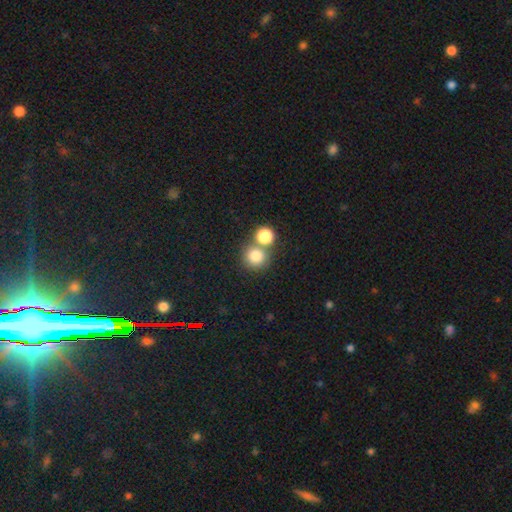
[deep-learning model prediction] Overall: smooth (81%). How rounded: round (91%). Merging: none (57%; merger 33%).